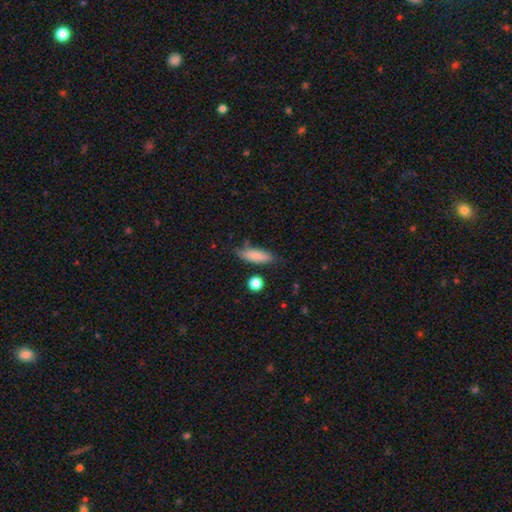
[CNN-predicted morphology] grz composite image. It shows a smooth galaxy with no disk features (80%) that is in between round and cigar-shaped (59%). Merging: none (71%).